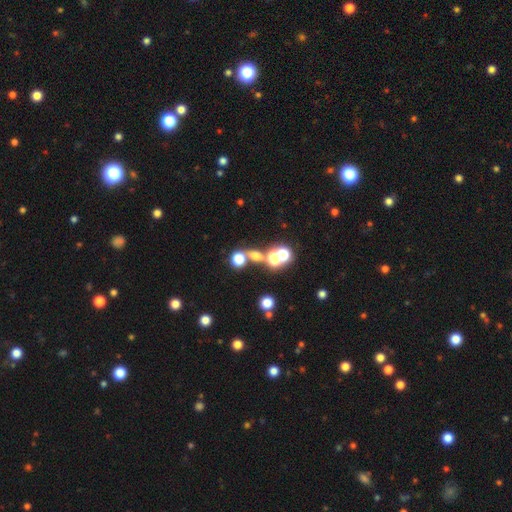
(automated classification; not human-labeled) smooth_or_featured: smooth (p=0.52) [alt: star or artifact p=0.34]
how_rounded: round (p=0.73) [alt: in between p=0.24]
merging: none (p=0.51) [alt: merger p=0.35]